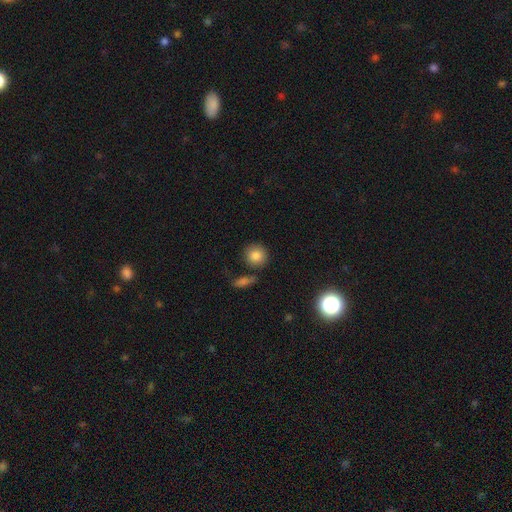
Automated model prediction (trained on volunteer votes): A smooth galaxy with no disk features (84%) that is round (87%). Merging: none (80%).